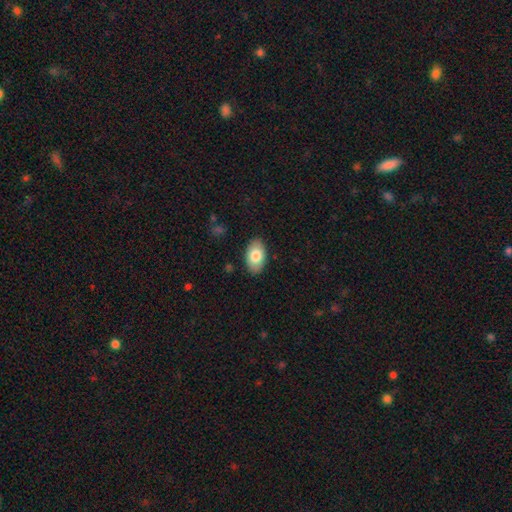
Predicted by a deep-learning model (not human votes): A smooth galaxy with no disk features (79%) that is in between round and cigar-shaped (93%).

Vote fractions:
- Smooth or featured? smooth: 79% / featured or disk: 14% / star or artifact: 6%
- How rounded? in between: 93% / round: 6% / cigar-shaped: 1%
- Merging? none: 87% / minor disturbance: 10% / major disturbance: 2% / merger: 1%